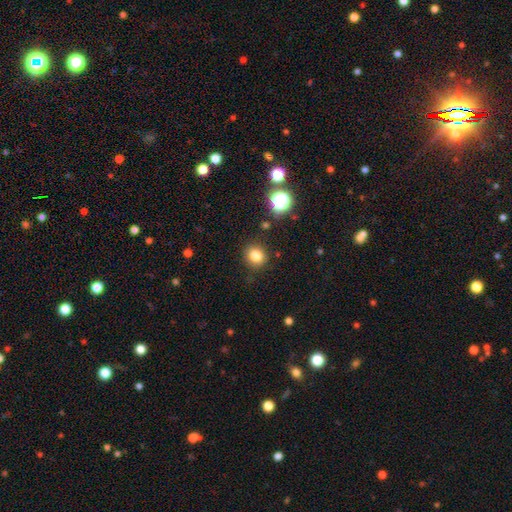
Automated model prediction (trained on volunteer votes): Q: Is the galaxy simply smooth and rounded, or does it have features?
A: smooth — 81%.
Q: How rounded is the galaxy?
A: round — 79%.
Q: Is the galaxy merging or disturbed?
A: none — 86%.